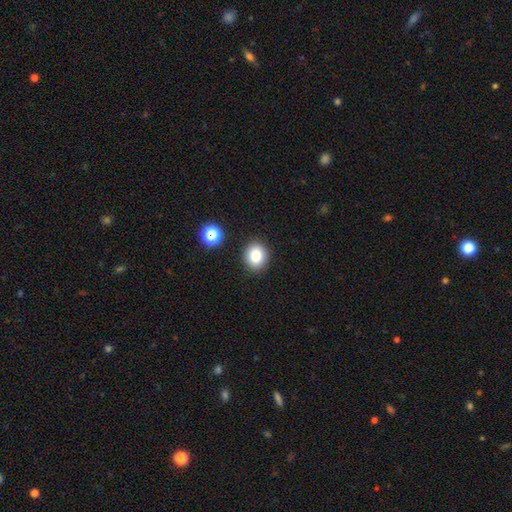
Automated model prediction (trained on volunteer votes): smooth_or_featured: smooth (p=0.80) [alt: star or artifact p=0.12]
how_rounded: round (p=0.76) [alt: in between p=0.24]
merging: none (p=0.89) [alt: minor disturbance p=0.07]